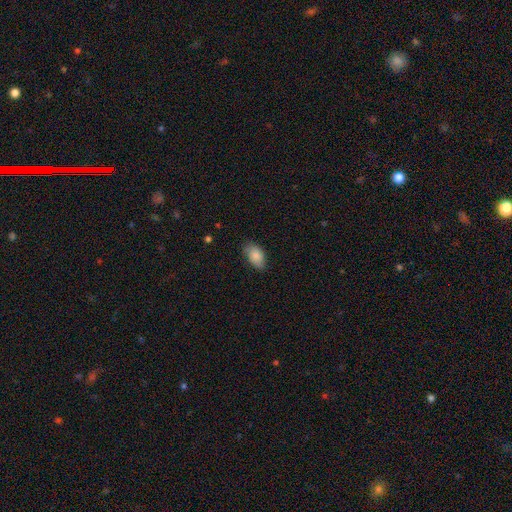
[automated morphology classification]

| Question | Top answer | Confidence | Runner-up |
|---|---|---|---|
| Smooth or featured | smooth | 85% | featured or disk (8%) |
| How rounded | in between | 92% | round (6%) |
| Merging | none | 72% | minor disturbance (23%) |